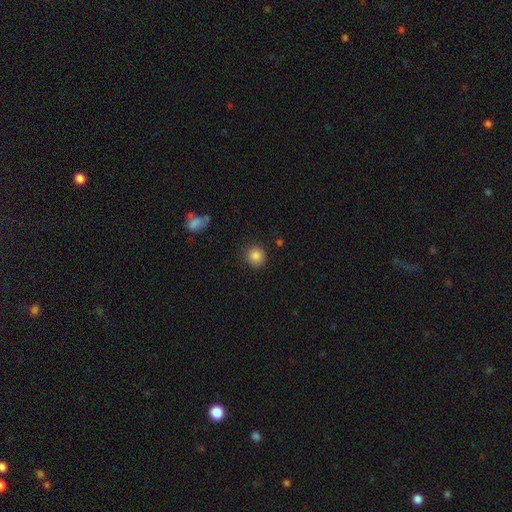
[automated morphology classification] Smooth or featured: smooth — 86% (star or artifact — 10%)
How rounded: round — 92% (in between — 8%)
Merging: none — 87% (minor disturbance — 9%)